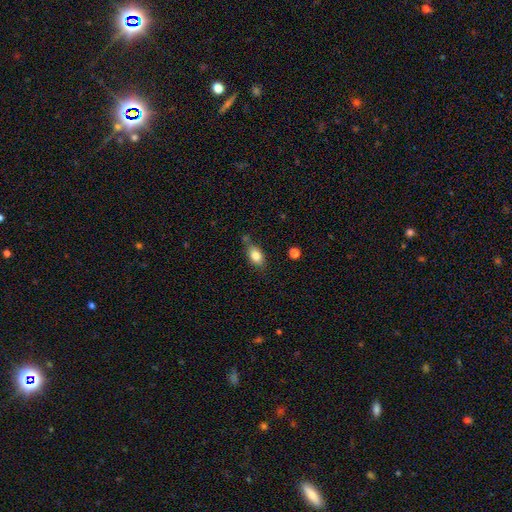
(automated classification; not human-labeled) Overall: smooth (82%). How rounded: in between (84%). Merging: none (70%).